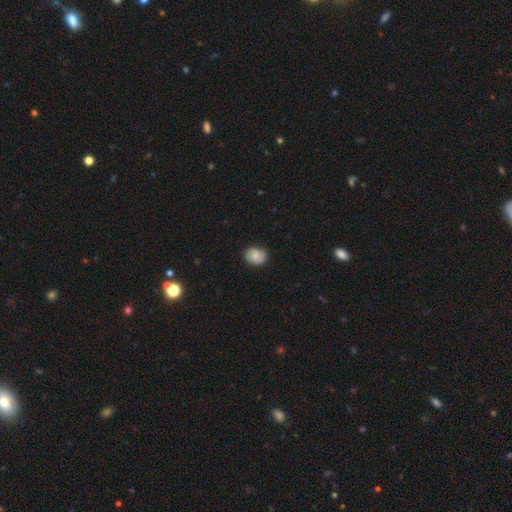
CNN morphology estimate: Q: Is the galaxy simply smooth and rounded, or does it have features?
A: smooth — 75%.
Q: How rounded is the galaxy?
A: round — 55%.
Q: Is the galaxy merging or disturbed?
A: none — 80%.